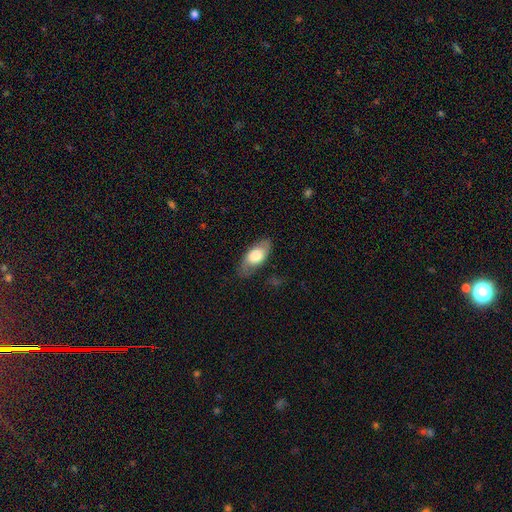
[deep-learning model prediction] Smooth or featured?
  - smooth: 63% *
  - featured or disk: 31%
  - star or artifact: 6%
How rounded?
  - in between: 88% *
  - cigar-shaped: 9%
  - round: 4%
Merging?
  - none: 78% *
  - minor disturbance: 17%
  - major disturbance: 4%
  - merger: 1%